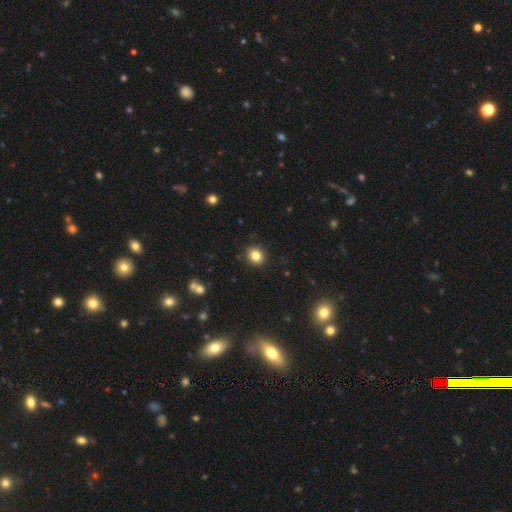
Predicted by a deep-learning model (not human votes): smooth-or-featured: smooth: 83% | star or artifact: 11% | featured or disk: 6%
  how-rounded: round: 79% | in between: 20% | cigar-shaped: 1%
  merging: none: 90% | minor disturbance: 7% | major disturbance: 2% | merger: 1%